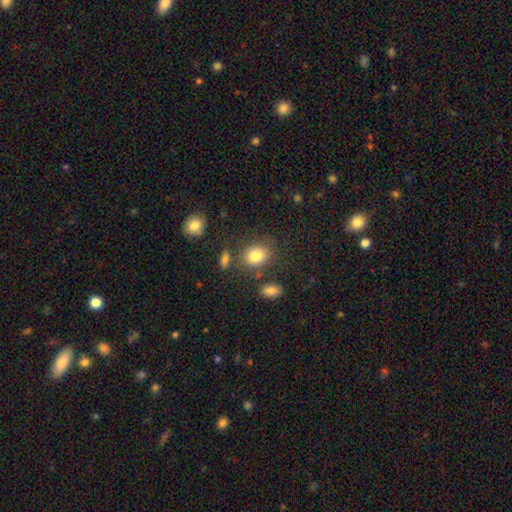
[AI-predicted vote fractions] smooth-or-featured: smooth: 81% | star or artifact: 11% | featured or disk: 8%
  how-rounded: in between: 51% | round: 48% | cigar-shaped: 1%
  merging: none: 72% | minor disturbance: 14% | merger: 8% | major disturbance: 6%